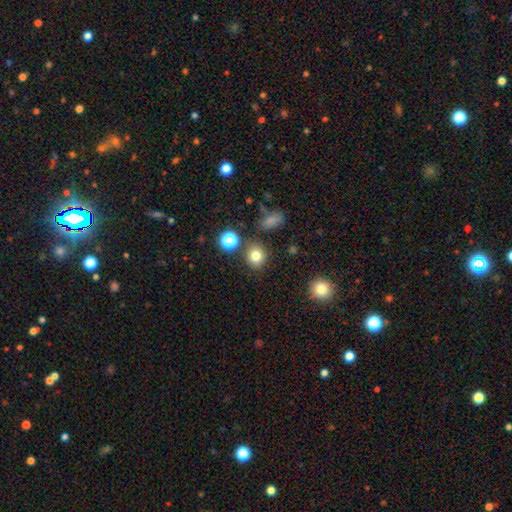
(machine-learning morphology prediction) Overall: smooth (79%). How rounded: round (79%). Merging: none (80%).